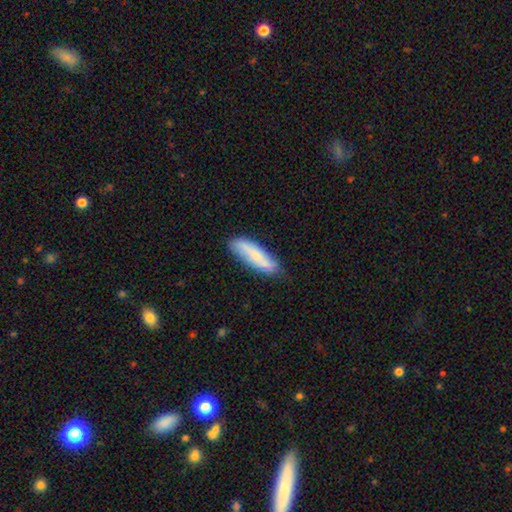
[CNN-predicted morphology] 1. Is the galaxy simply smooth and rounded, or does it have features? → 61% smooth, 33% featured or disk, 6% star or artifact.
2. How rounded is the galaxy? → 60% cigar-shaped, 38% in between, 2% round.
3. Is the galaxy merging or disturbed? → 75% none, 19% minor disturbance, 4% major disturbance, 2% merger.